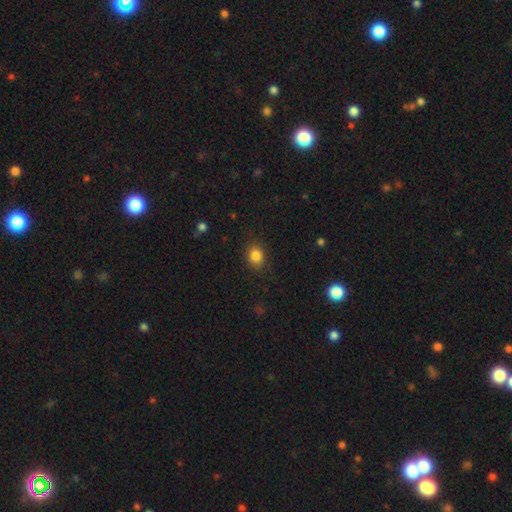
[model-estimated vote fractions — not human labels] This is clearly a smooth galaxy (85%). How rounded: possibly round (58%). Merging: clearly none (86%).